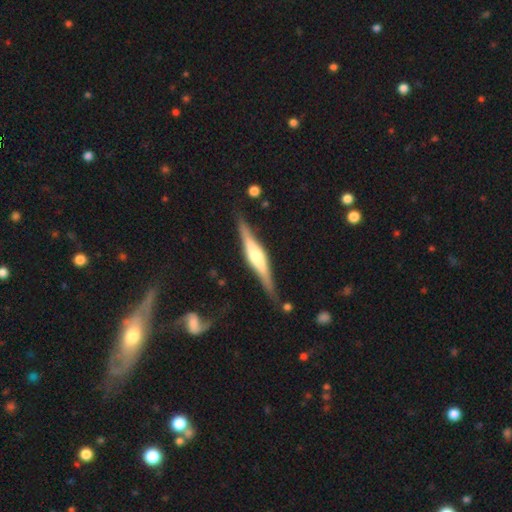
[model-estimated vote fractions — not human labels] Smooth or featured? Predicted: featured or disk (p=0.75). Edge-on disk? Predicted: yes (p=0.96). Edge-on bulge? Predicted: rounded (p=0.75). Merging? Predicted: none (p=0.82).